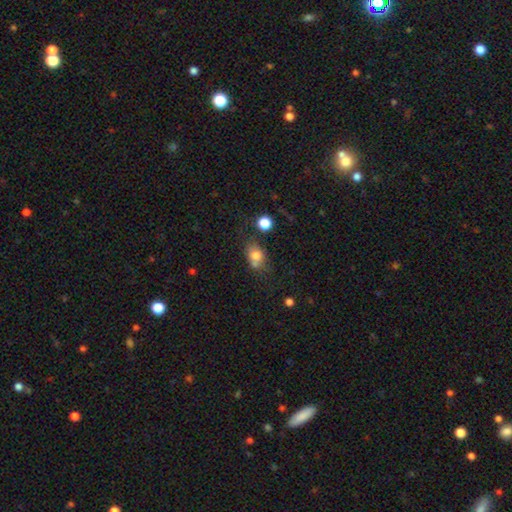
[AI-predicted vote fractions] Overall: smooth (75%). How rounded: in between (55%; round 43%). Merging: none (51%; merger 23%).